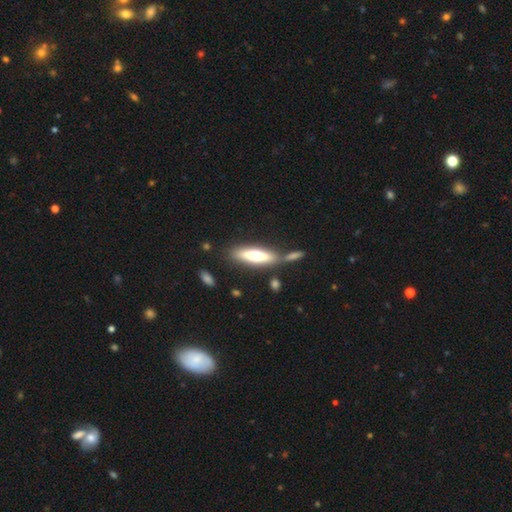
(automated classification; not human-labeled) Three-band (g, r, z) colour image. It shows a smooth galaxy with no disk features (61%) that is cigar-shaped (63%). Merging: none (66%).